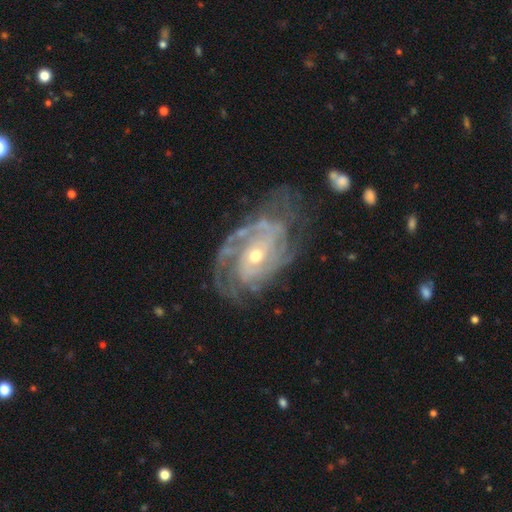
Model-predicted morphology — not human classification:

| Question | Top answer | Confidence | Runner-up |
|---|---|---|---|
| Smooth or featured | featured or disk | 89% | smooth (6%) |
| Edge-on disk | no | 96% | yes (4%) |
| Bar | no | 60% | weak (29%) |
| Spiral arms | yes | 95% | no (5%) |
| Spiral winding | tight | 65% | medium (28%) |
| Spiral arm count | can't tell | 30% | 2 (28%) |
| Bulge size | small | 52% | moderate (45%) |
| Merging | none | 59% | minor disturbance (23%) |